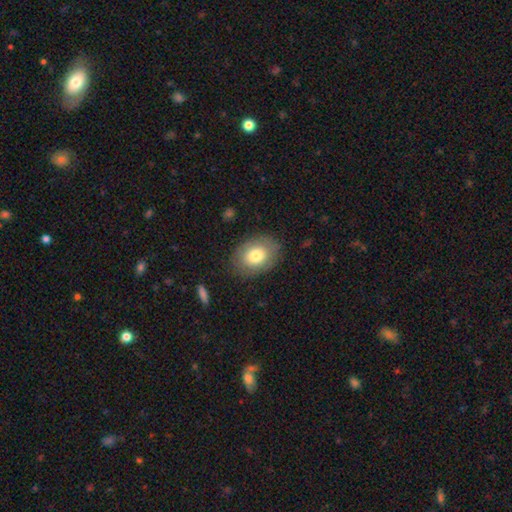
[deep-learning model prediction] Morphology: type=smooth (76%); roundness=in between (72%); merging=none (83%).